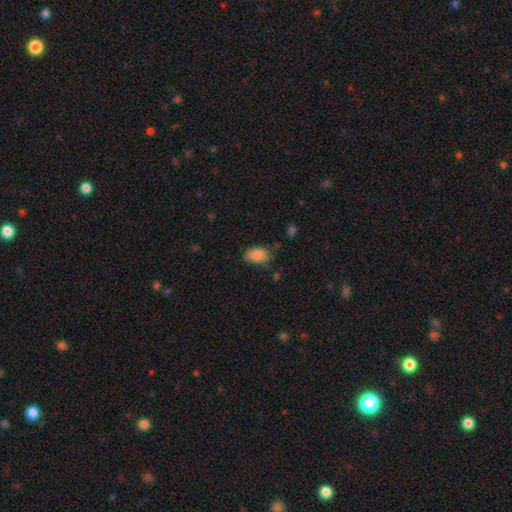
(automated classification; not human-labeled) Smooth or featured? smooth (87%)
How rounded? in between (90%)
Merging? none (67%)